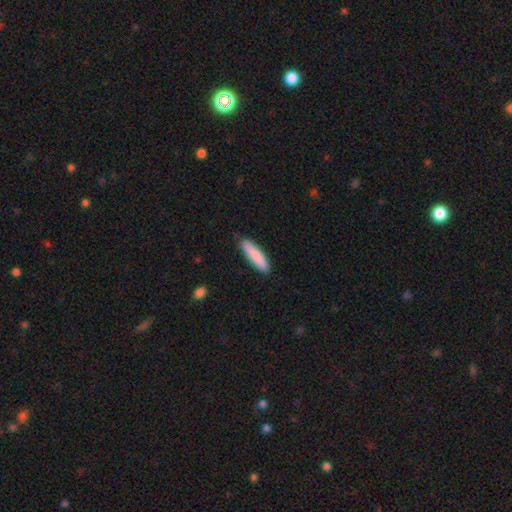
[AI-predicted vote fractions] Smooth or featured? smooth (87%)
How rounded? cigar-shaped (80%)
Merging? none (87%)